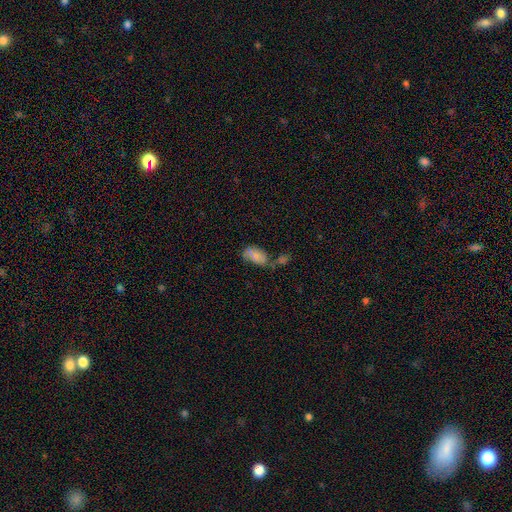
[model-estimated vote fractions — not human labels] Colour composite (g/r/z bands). It shows a smooth galaxy with no disk features (70%) that is in between round and cigar-shaped (91%). Merging: merger (33%).